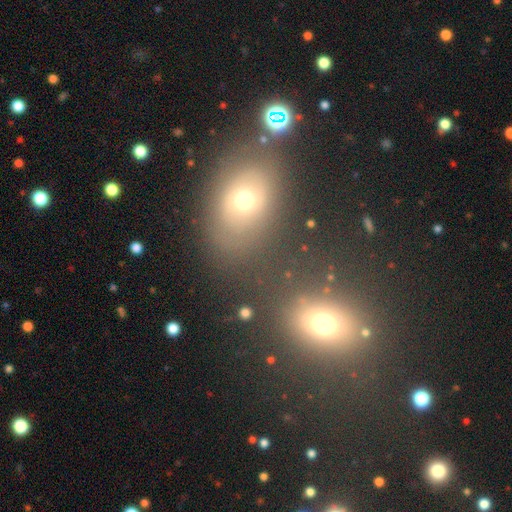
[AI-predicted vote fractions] smooth_or_featured: smooth (p=0.50) [alt: star or artifact p=0.28]
how_rounded: in between (p=0.61) [alt: round p=0.37]
merging: none (p=0.70) [alt: minor disturbance p=0.13]